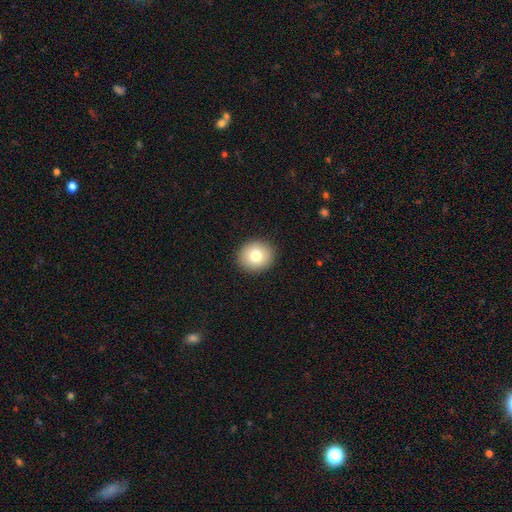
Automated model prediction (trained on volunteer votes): smooth-or-featured: smooth: 78% | featured or disk: 12% | star or artifact: 10%
  how-rounded: round: 84% | in between: 15% | cigar-shaped: 1%
  merging: none: 92% | minor disturbance: 6% | major disturbance: 2% | merger: 1%